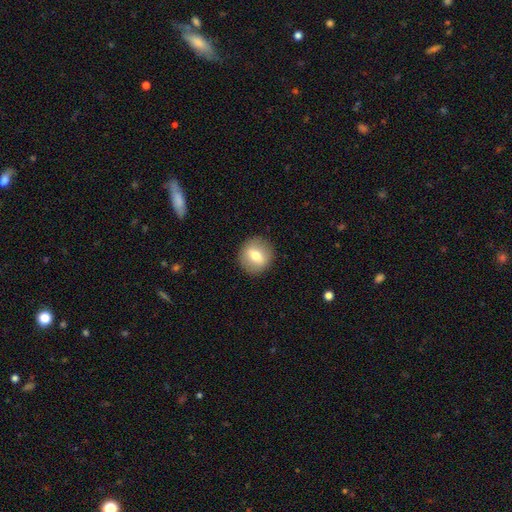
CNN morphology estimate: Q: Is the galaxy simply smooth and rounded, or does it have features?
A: smooth — 64%.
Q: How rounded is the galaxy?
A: round — 83%.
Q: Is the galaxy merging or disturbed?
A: none — 89%.